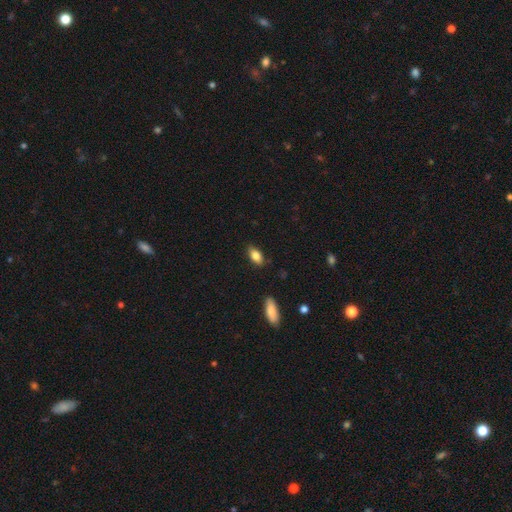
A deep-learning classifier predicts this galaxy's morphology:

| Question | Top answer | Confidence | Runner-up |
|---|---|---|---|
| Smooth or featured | smooth | 83% | featured or disk (10%) |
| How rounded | in between | 88% | cigar-shaped (6%) |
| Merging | none | 84% | minor disturbance (12%) |